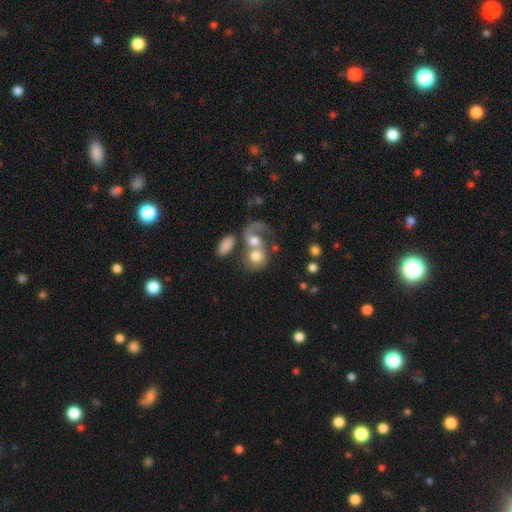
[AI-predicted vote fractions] A smooth galaxy with no disk features (51%) that is round (58%).

Vote fractions:
- Smooth or featured? smooth: 51% / featured or disk: 40% / star or artifact: 9%
- How rounded? round: 58% / in between: 40% / cigar-shaped: 2%
- Merging? merger: 65% / none: 15% / major disturbance: 14% / minor disturbance: 6%